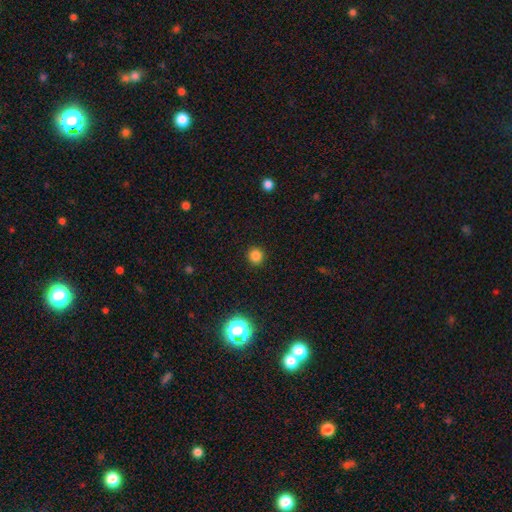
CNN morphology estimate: smooth_or_featured: smooth (p=0.83) [alt: star or artifact p=0.13]
how_rounded: round (p=0.92) [alt: in between p=0.07]
merging: none (p=0.92) [alt: minor disturbance p=0.05]